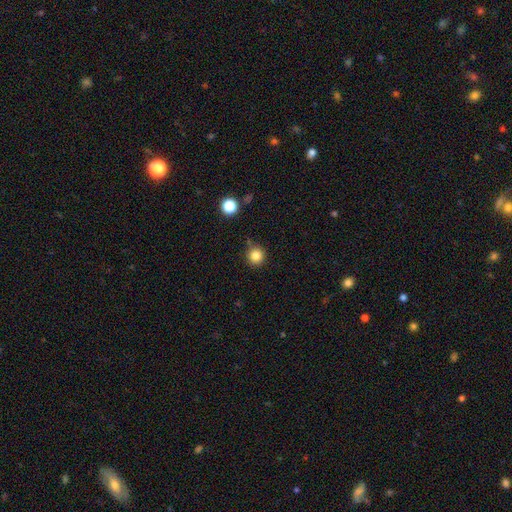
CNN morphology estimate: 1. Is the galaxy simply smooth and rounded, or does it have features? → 83% smooth, 12% star or artifact, 5% featured or disk.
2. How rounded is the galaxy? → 94% round, 5% in between, 1% cigar-shaped.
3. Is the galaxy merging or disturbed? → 80% none, 13% minor disturbance, 4% merger, 3% major disturbance.